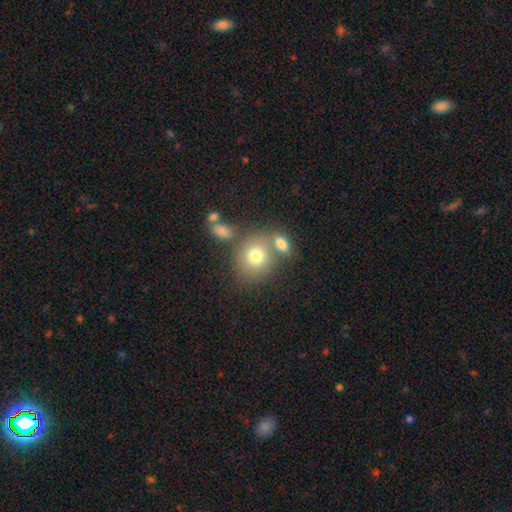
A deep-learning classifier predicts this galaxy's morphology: type=smooth (76%); roundness=round (73%); merging=none (52%).